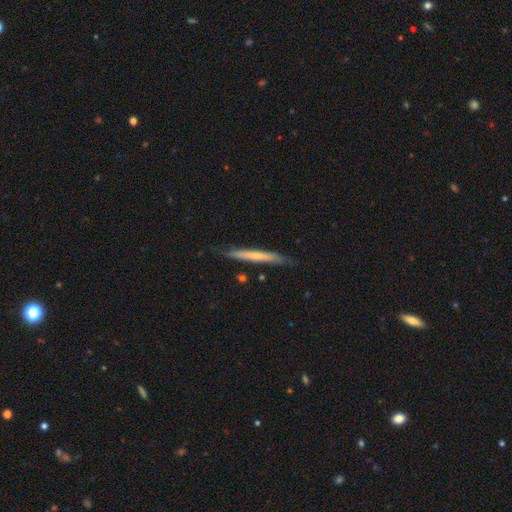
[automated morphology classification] smooth-or-featured: smooth: 49% | featured or disk: 46% | star or artifact: 5%
  merging: none: 80% | minor disturbance: 16% | major disturbance: 3% | merger: 2%